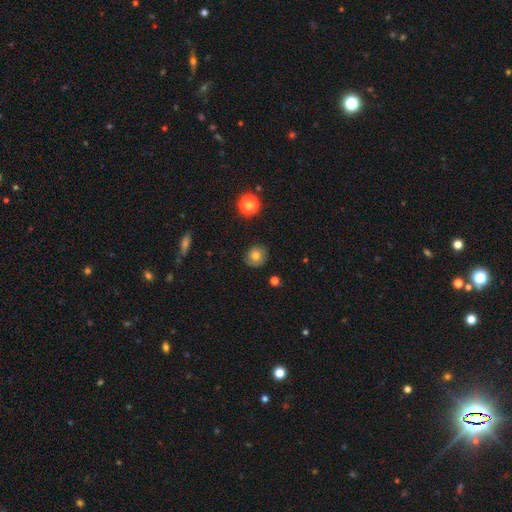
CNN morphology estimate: Smooth or featured: smooth — 75% (featured or disk — 13%)
How rounded: round — 86% (in between — 13%)
Merging: none — 83% (minor disturbance — 13%)